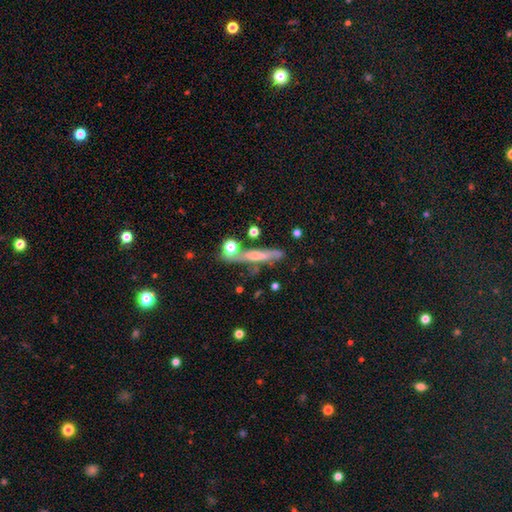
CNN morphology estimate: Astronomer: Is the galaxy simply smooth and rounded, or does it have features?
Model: featured or disk — 51% (runner-up: smooth, 38%).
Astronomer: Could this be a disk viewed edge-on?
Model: yes — 77%.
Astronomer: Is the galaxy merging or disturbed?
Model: none — 58%.